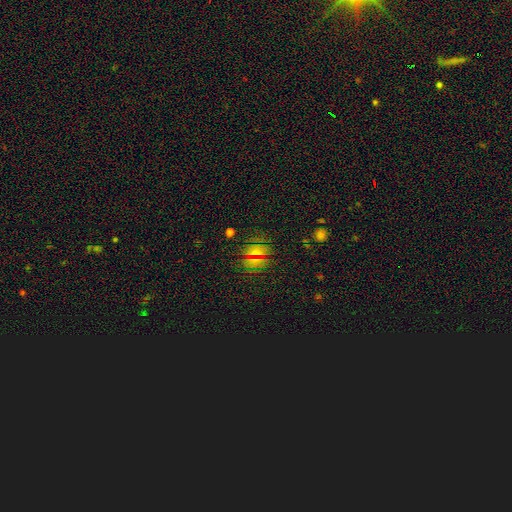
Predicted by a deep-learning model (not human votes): Morphology: type=smooth (58%); roundness=round (73%); merging=none (81%).